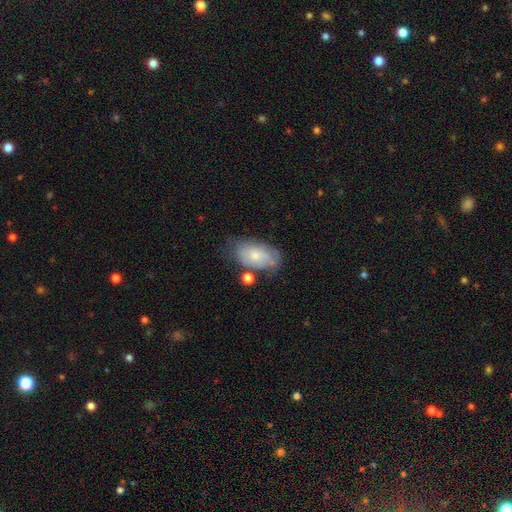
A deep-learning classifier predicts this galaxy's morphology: smooth 61%, featured or disk 32%, star or artifact 7%. Down the decision tree: how rounded — in between (91%); merging — none (52%).